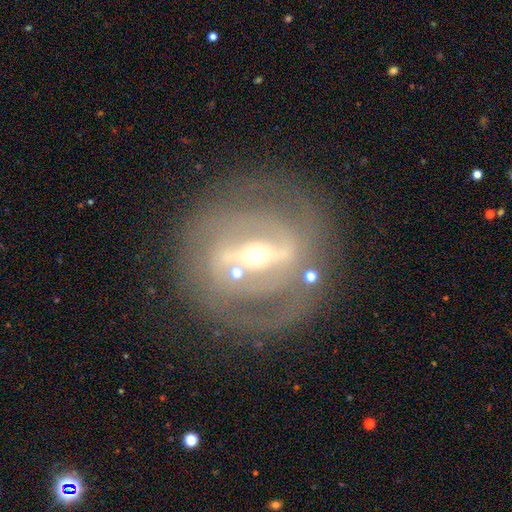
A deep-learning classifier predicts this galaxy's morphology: type=featured or disk (84%); edge-on=no (91%); bar=strong (70%); spiral arms=yes (74%); winding=tight (54%); arm count=2 (56%); bulge=small (58%); merging=none (75%).